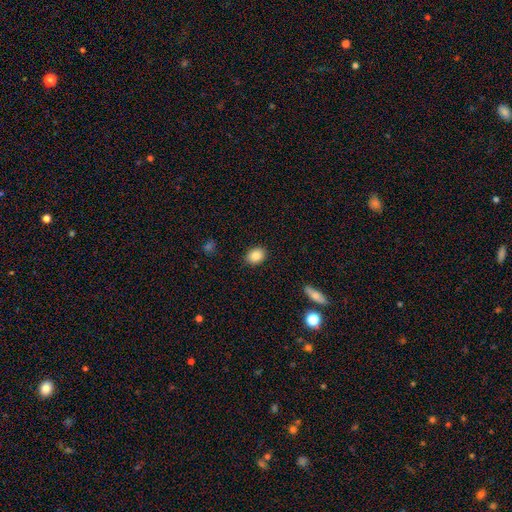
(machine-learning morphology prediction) Smooth or featured?
  - smooth: 87% *
  - star or artifact: 8%
  - featured or disk: 5%
How rounded?
  - in between: 61% *
  - round: 38%
  - cigar-shaped: 1%
Merging?
  - none: 89% *
  - minor disturbance: 8%
  - major disturbance: 2%
  - merger: 1%